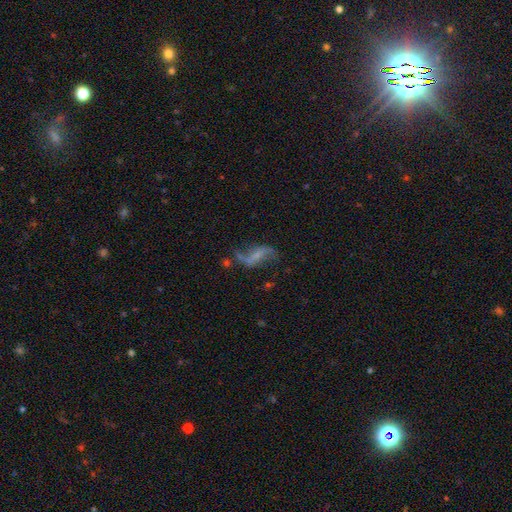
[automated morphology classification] Overall: featured or disk (71%). Edge-on disk: no (94%). Bar: weak (40%; no 31%). Spiral arms: yes (82%). Spiral arm count: 2 (88%). Spiral winding: loose (86%). Bulge size: none (44%; small 38%). Merging: none (49%; major disturbance 21%).